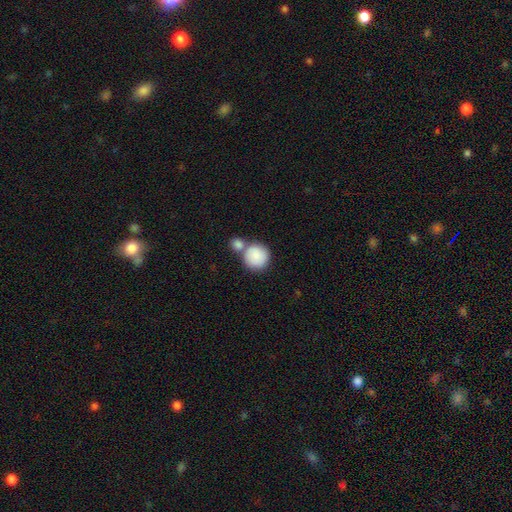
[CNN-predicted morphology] type=smooth (86%); roundness=round (91%); merging=none (45%).